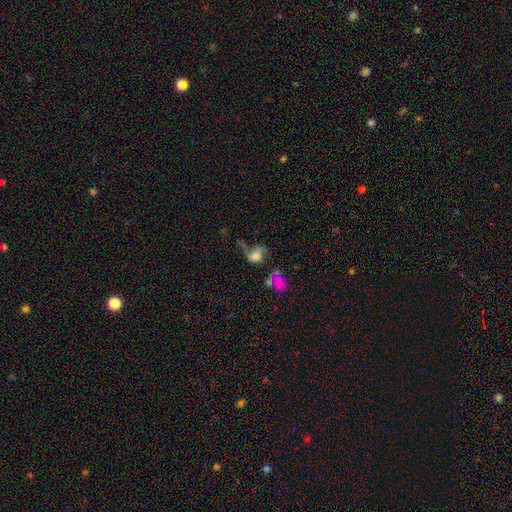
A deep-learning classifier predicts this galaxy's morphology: The model was most divided on "smooth or featured": smooth: 48%, featured or disk: 39%, star or artifact: 14%. Remaining: merging — major disturbance (42%).